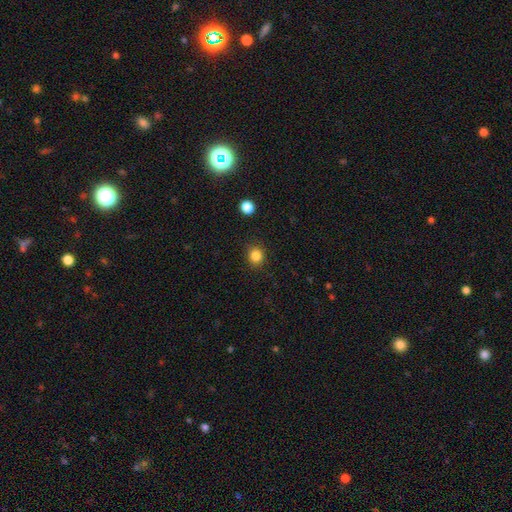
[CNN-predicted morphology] Smooth or featured?
  - smooth: 84% *
  - star or artifact: 12%
  - featured or disk: 4%
How rounded?
  - round: 83% *
  - in between: 16%
  - cigar-shaped: 1%
Merging?
  - none: 89% *
  - minor disturbance: 7%
  - major disturbance: 2%
  - merger: 1%